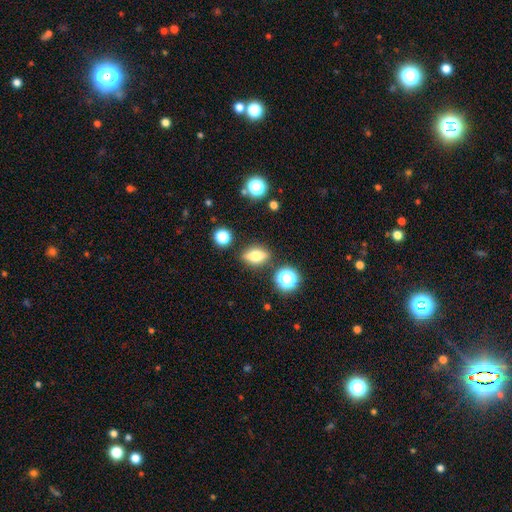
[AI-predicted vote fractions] Smooth or featured? Predicted: smooth (p=0.51). How rounded? Predicted: in between (p=0.56). Merging? Predicted: none (p=0.84).